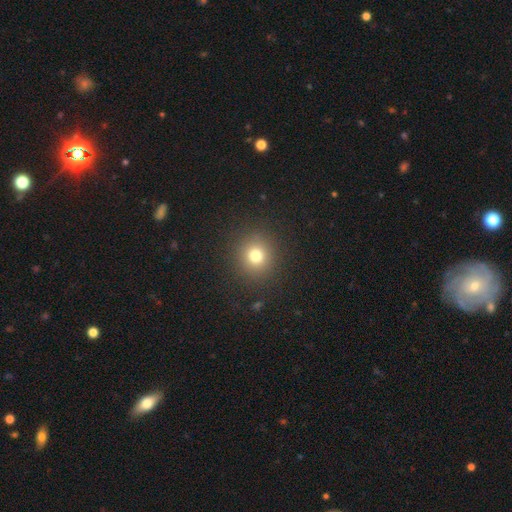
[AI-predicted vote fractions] Overall: smooth (76%). How rounded: round (90%). Merging: none (90%).